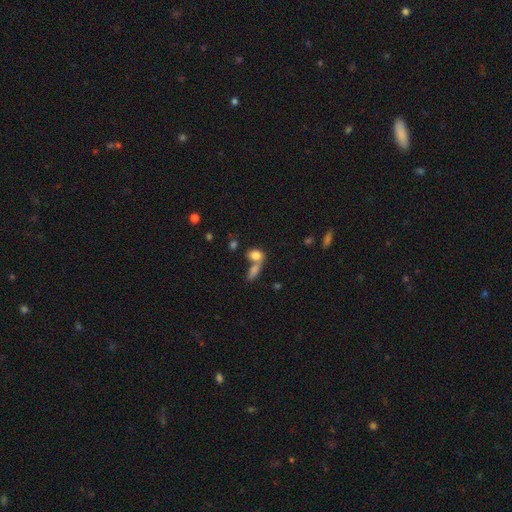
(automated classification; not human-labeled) Smooth or featured? smooth (80%)
How rounded? in between (72%)
Merging? merger (51%)